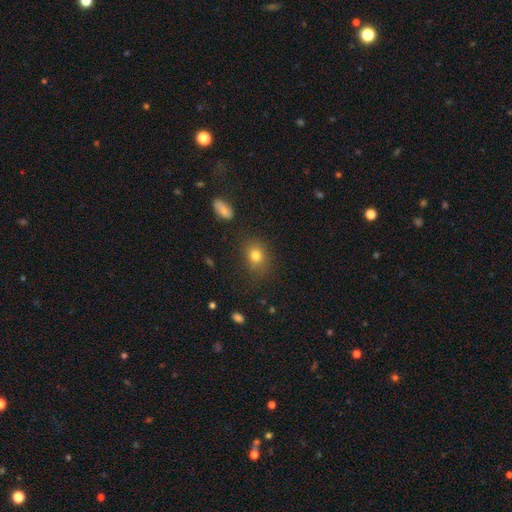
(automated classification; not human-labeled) This is likely a smooth galaxy (79%). How rounded: possibly round (56%). Merging: likely none (79%).